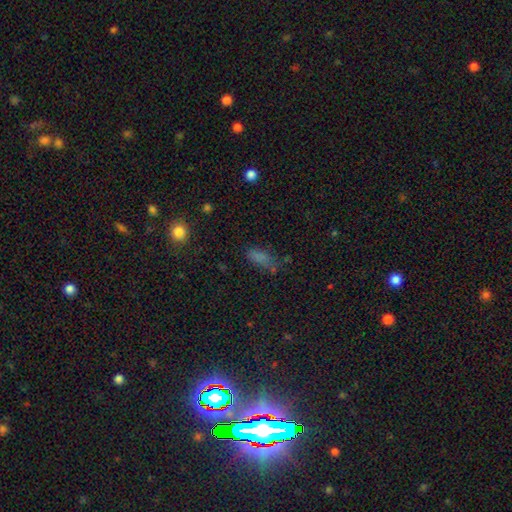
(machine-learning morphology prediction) This is likely a smooth galaxy (65%). How rounded: likely in between (72%). Merging: possibly none (56%).